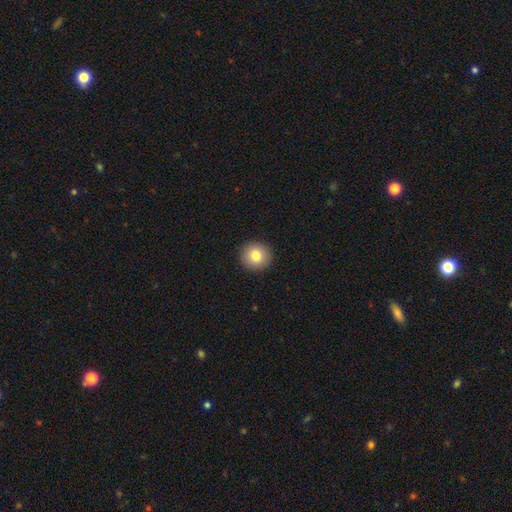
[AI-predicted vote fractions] Smooth or featured? smooth (81%)
How rounded? round (92%)
Merging? none (93%)